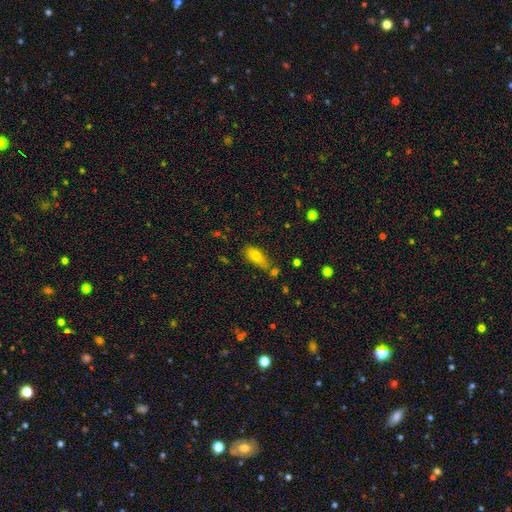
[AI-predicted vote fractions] Overall: smooth (75%). How rounded: in between (78%). Merging: none (56%; minor disturbance 25%).